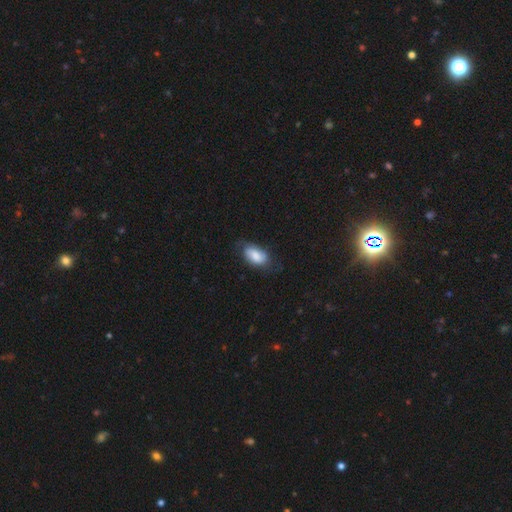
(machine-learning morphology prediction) Smooth or featured: smooth — 74% (featured or disk — 19%)
How rounded: in between — 92% (round — 5%)
Merging: none — 61% (minor disturbance — 29%)